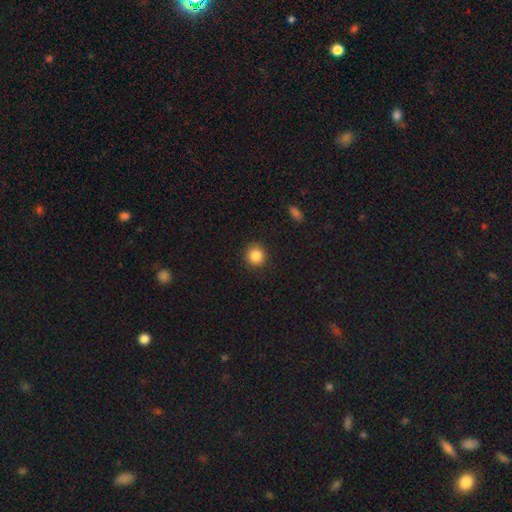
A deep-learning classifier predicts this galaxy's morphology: smooth-or-featured: smooth: 86% | star or artifact: 10% | featured or disk: 4%
  how-rounded: round: 90% | in between: 9% | cigar-shaped: 1%
  merging: none: 90% | minor disturbance: 7% | major disturbance: 2% | merger: 1%